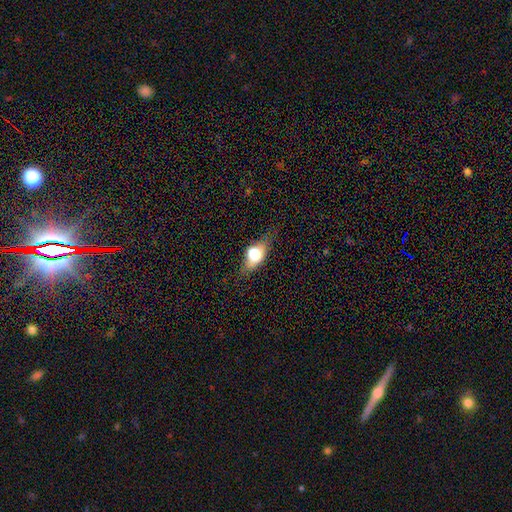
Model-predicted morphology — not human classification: This is possibly a smooth galaxy (52%). How rounded: likely in between (74%). Merging: likely none (66%).